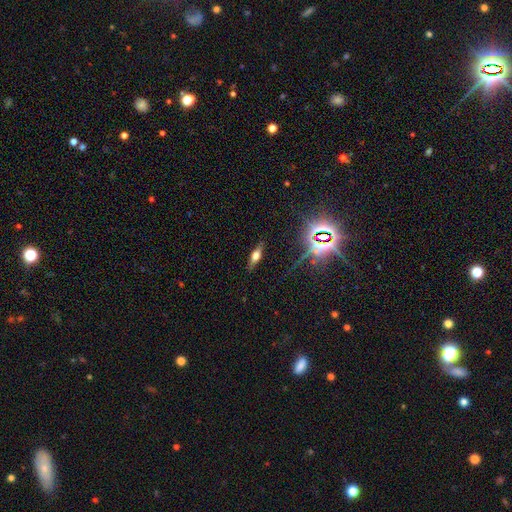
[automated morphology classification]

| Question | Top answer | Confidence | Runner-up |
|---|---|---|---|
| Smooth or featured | smooth | 41% | featured or disk (40%) |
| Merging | none | 84% | minor disturbance (11%) |